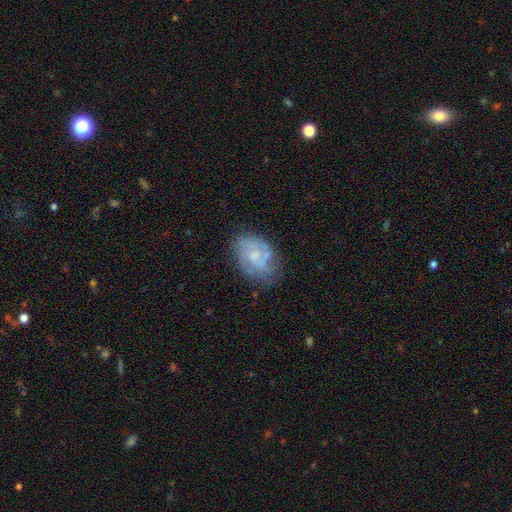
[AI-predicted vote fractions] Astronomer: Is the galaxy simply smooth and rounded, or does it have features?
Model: featured or disk — 69%.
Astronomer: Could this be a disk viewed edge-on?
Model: no — 97%.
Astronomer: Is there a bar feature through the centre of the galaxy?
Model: no — 65%.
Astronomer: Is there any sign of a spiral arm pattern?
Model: yes — 75%.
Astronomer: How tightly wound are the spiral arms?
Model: tight — 45% (runner-up: medium, 40%).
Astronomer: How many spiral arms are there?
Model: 2 — 39% (runner-up: can't tell, 37%).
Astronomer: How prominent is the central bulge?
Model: small — 44% (runner-up: moderate, 33%).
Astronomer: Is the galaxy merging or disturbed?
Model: none — 60%.